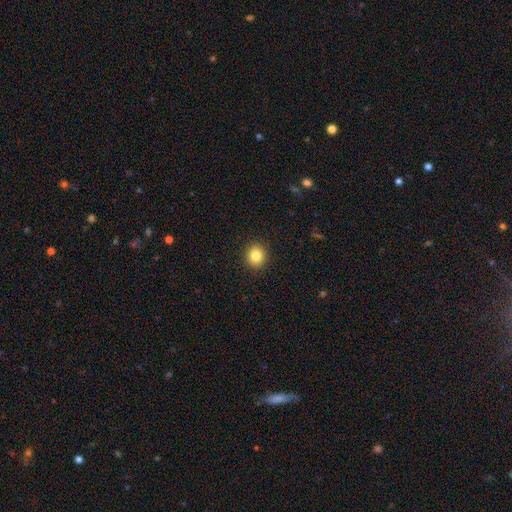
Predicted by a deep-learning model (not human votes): Smooth or featured? smooth (83%)
How rounded? round (84%)
Merging? none (92%)